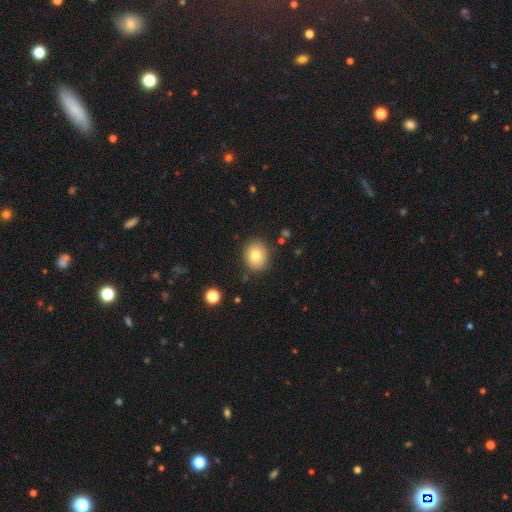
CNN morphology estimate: smooth_or_featured: smooth (p=0.79) [alt: featured or disk p=0.11]
how_rounded: round (p=0.69) [alt: in between p=0.30]
merging: none (p=0.86) [alt: minor disturbance p=0.10]